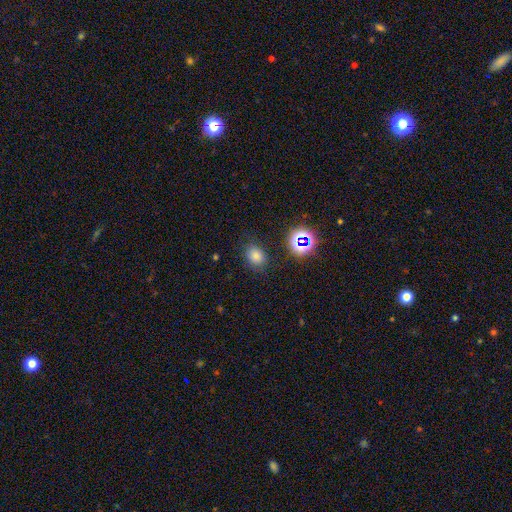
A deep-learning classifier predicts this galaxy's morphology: smooth_or_featured: smooth (p=0.73) [alt: star or artifact p=0.20]
how_rounded: round (p=0.57) [alt: in between p=0.42]
merging: none (p=0.81) [alt: minor disturbance p=0.12]